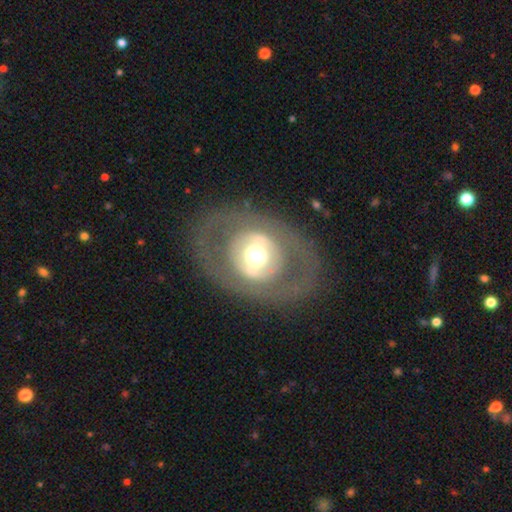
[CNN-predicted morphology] Smooth or featured? Predicted: featured or disk (p=0.61). Edge-on disk? Predicted: no (p=0.92). Bar? Predicted: no (p=0.65). Spiral arms? Predicted: no (p=0.82). Bulge size? Predicted: moderate (p=0.53). Merging? Predicted: none (p=0.75).